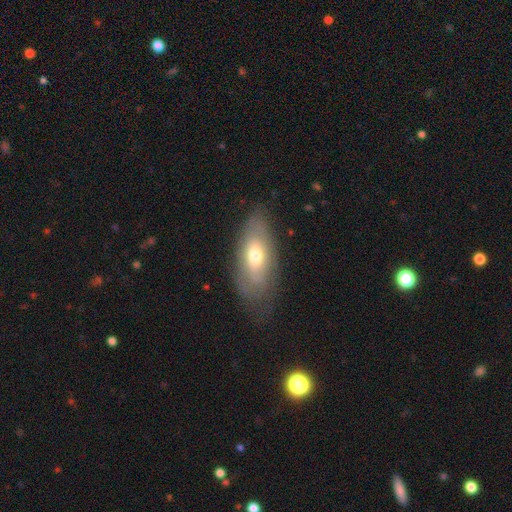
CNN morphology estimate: This appears to be a smooth galaxy with no disk features (52%) that is in between round and cigar-shaped (84%). Merging: none (70%).